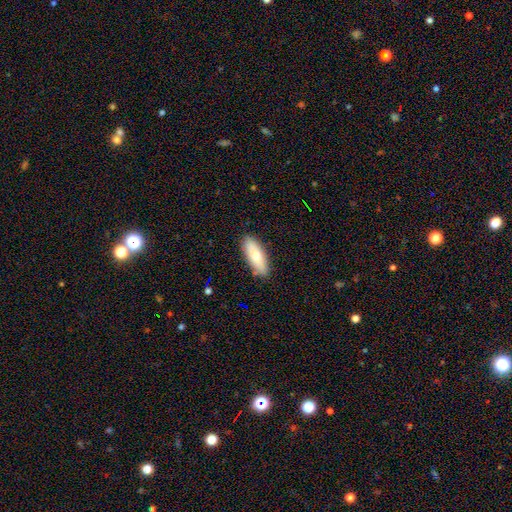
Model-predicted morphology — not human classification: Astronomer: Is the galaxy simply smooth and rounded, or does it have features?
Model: smooth — 73%.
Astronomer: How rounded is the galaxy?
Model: in between — 67%.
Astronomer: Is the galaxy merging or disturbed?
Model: none — 86%.